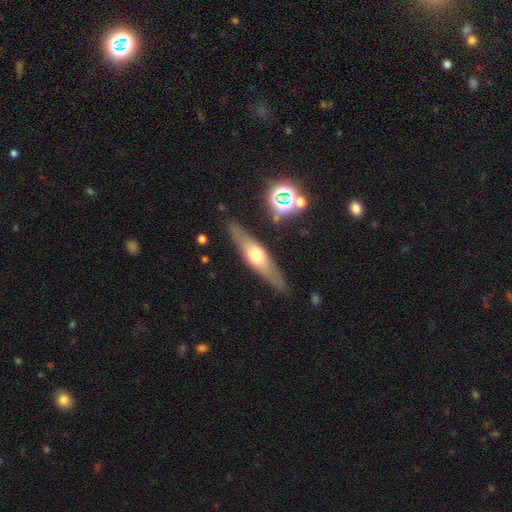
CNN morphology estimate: A featured or disk galaxy (55%) viewed edge-on (85%).

Vote fractions:
- Smooth or featured? featured or disk: 55% / smooth: 38% / star or artifact: 8%
- Edge-on disk? yes: 85% / no: 15%
- Merging? none: 85% / minor disturbance: 10% / major disturbance: 3% / merger: 2%